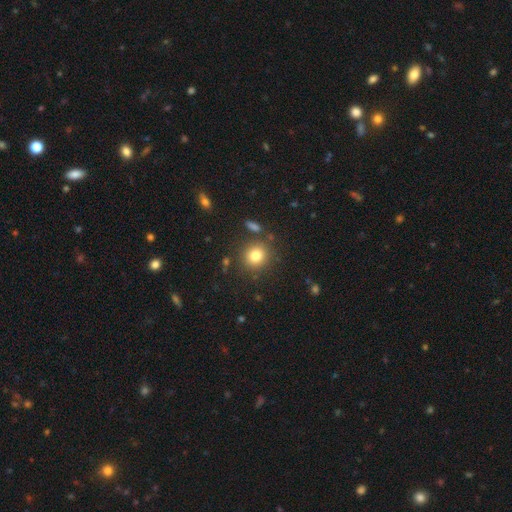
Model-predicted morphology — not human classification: Smooth or featured? Predicted: smooth (p=0.80). How rounded? Predicted: round (p=0.86). Merging? Predicted: none (p=0.84).